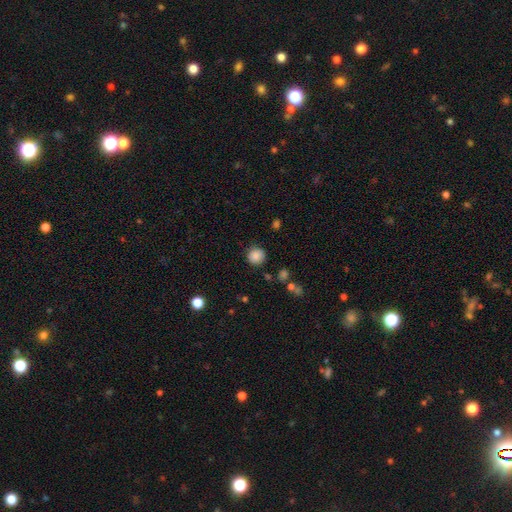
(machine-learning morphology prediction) Smooth or featured: smooth — 86% (star or artifact — 10%)
How rounded: round — 93% (in between — 6%)
Merging: none — 84% (minor disturbance — 10%)